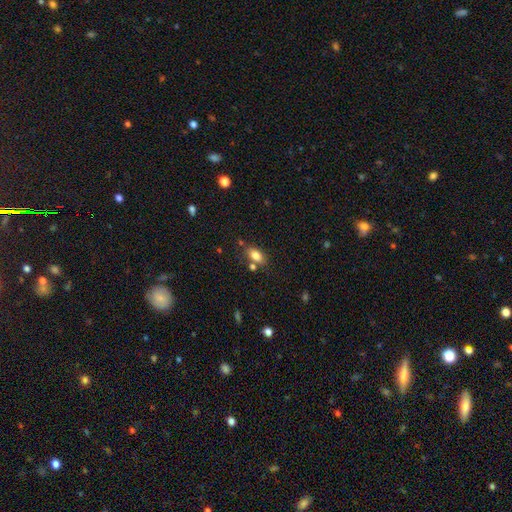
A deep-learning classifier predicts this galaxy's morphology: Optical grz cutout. It shows a smooth galaxy with no disk features (82%) that is in between round and cigar-shaped (89%). Merging: none (70%).